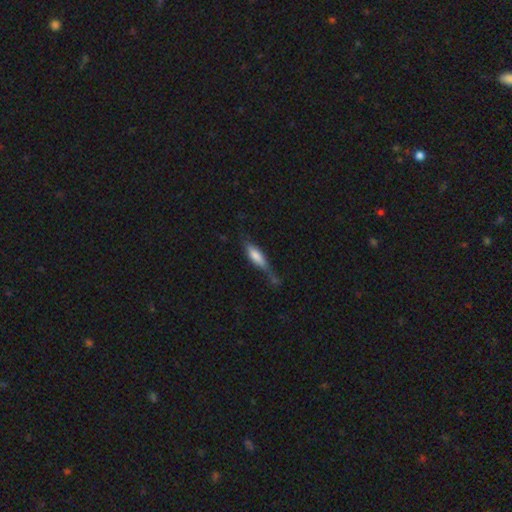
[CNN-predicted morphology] Smooth or featured: smooth — 65% (featured or disk — 28%)
How rounded: cigar-shaped — 53% (in between — 45%)
Merging: none — 41% (minor disturbance — 32%)